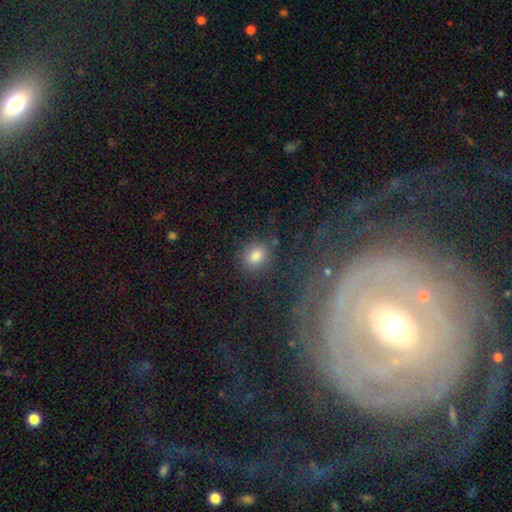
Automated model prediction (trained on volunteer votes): The model was most divided on "how rounded": round: 64%, in between: 34%, cigar-shaped: 2%. More confident: smooth or featured — smooth (81%); merging — none (77%).